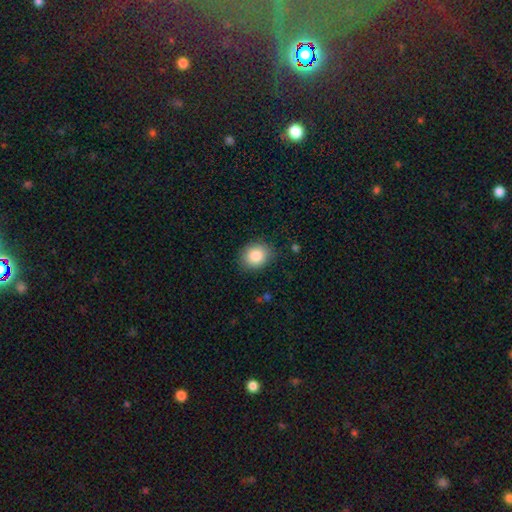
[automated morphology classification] This is clearly a smooth galaxy (86%). How rounded: likely round (62%). Merging: clearly none (85%).